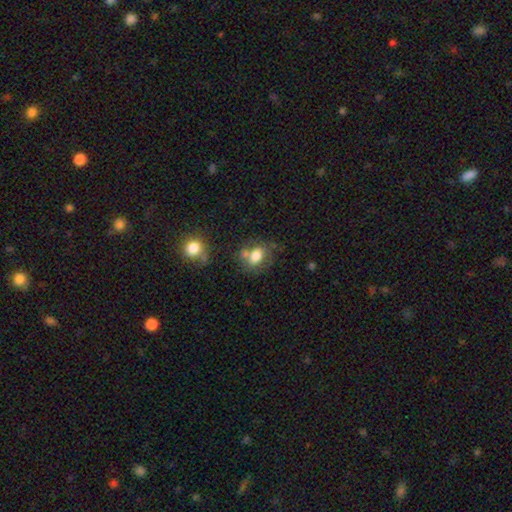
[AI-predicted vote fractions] Morphology: type=smooth (76%); roundness=in between (65%); merging=none (47%).